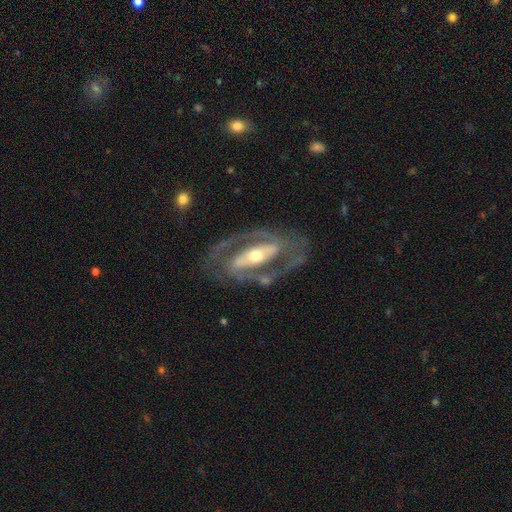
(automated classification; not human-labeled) Smooth or featured? Predicted: featured or disk (p=0.87). Edge-on disk? Predicted: no (p=0.92). Bar? Predicted: strong (p=0.59). Spiral arms? Predicted: yes (p=0.81). Spiral winding? Predicted: medium (p=0.47). Spiral arm count? Predicted: 2 (p=0.88). Bulge size? Predicted: moderate (p=0.58). Merging? Predicted: none (p=0.76).